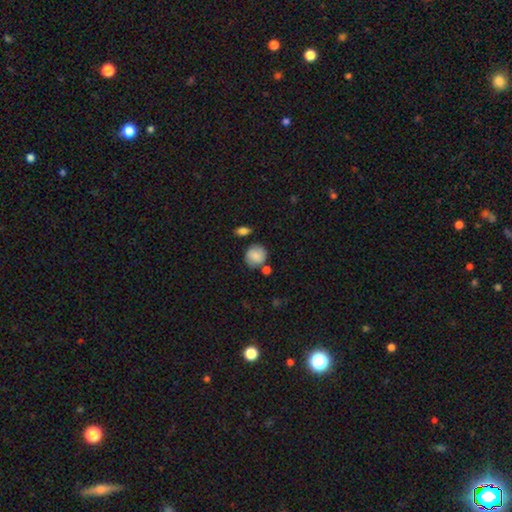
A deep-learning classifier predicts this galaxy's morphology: A smooth galaxy with no disk features (81%) that is round (84%). Merging: none (68%).